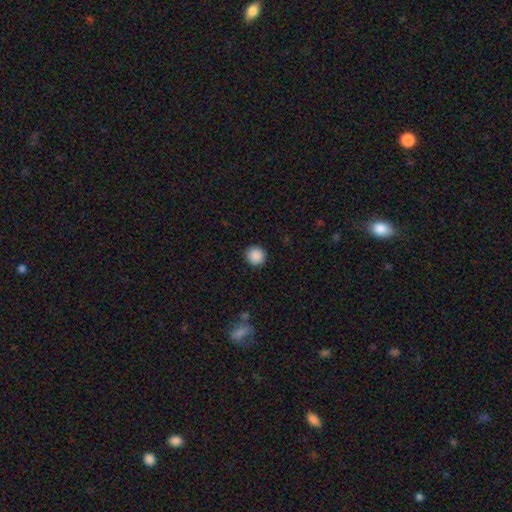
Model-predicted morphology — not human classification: smooth-or-featured: smooth: 89% | star or artifact: 9% | featured or disk: 2%
  how-rounded: round: 94% | in between: 5% | cigar-shaped: 1%
  merging: none: 92% | minor disturbance: 5% | major disturbance: 2% | merger: 1%